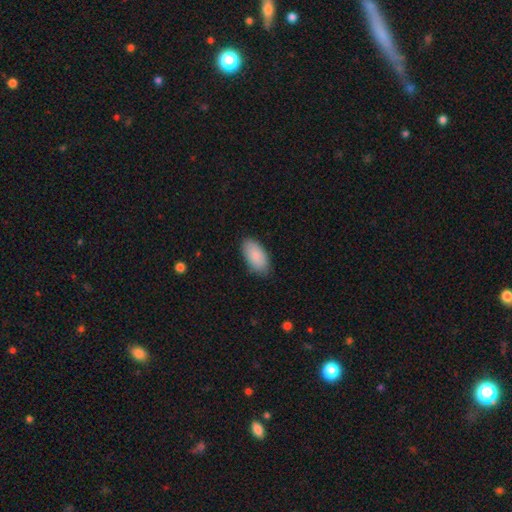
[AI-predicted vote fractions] Smooth or featured? Predicted: smooth (p=0.88). How rounded? Predicted: in between (p=0.95). Merging? Predicted: none (p=0.84).